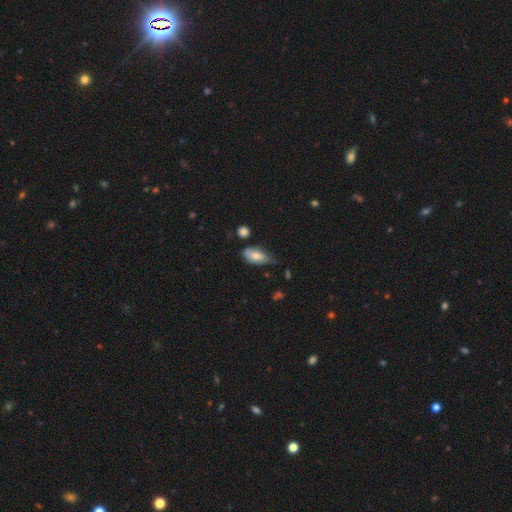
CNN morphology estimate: smooth_or_featured: smooth (p=0.76) [alt: featured or disk p=0.17]
how_rounded: in between (p=0.90) [alt: cigar-shaped p=0.06]
merging: none (p=0.49) [alt: minor disturbance p=0.39]